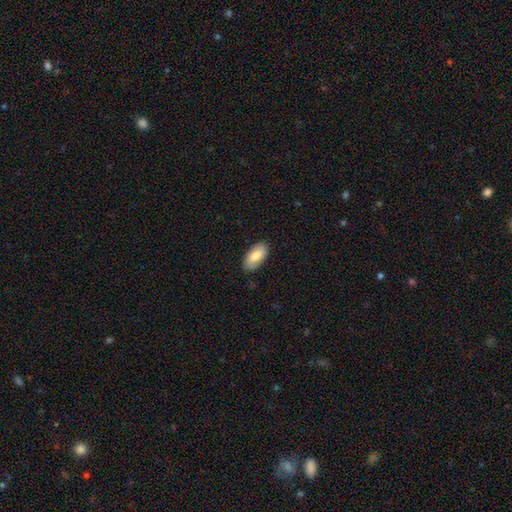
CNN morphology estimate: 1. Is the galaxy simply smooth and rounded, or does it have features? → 77% smooth, 18% featured or disk, 6% star or artifact.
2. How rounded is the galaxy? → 94% in between, 4% cigar-shaped, 2% round.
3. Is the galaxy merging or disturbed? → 85% none, 12% minor disturbance, 2% major disturbance, 1% merger.